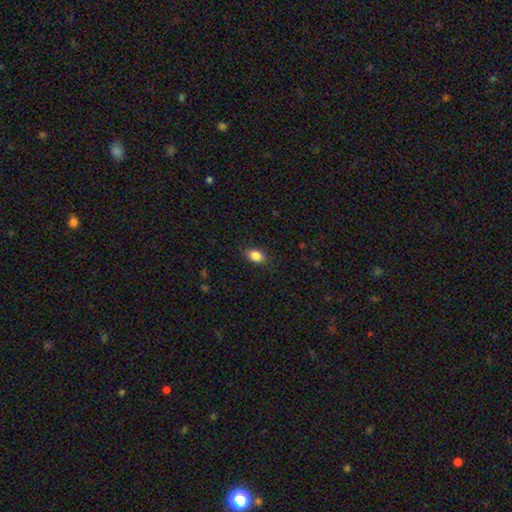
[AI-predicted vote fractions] smooth_or_featured: smooth (p=0.86) [alt: star or artifact p=0.09]
how_rounded: in between (p=0.82) [alt: round p=0.17]
merging: none (p=0.85) [alt: minor disturbance p=0.11]